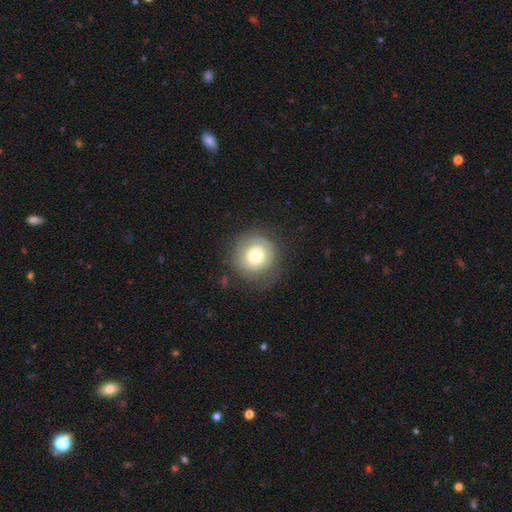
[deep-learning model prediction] smooth-or-featured: smooth: 65% | featured or disk: 26% | star or artifact: 9%
  how-rounded: round: 93% | in between: 6% | cigar-shaped: 1%
  merging: none: 73% | minor disturbance: 17% | major disturbance: 9% | merger: 1%